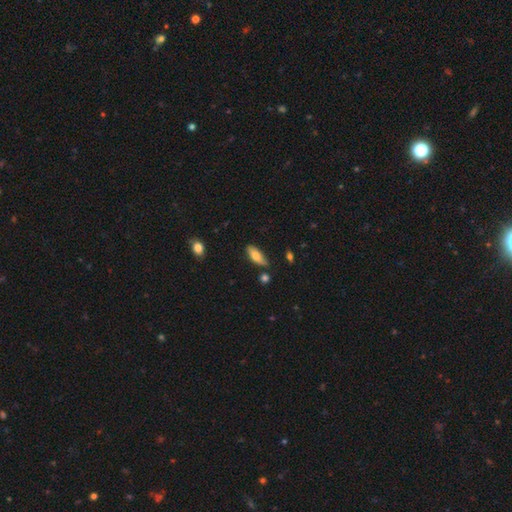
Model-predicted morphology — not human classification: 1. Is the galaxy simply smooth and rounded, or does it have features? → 73% smooth, 20% featured or disk, 7% star or artifact.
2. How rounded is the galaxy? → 71% in between, 26% cigar-shaped, 3% round.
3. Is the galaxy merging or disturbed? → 72% none, 20% minor disturbance, 4% merger, 3% major disturbance.